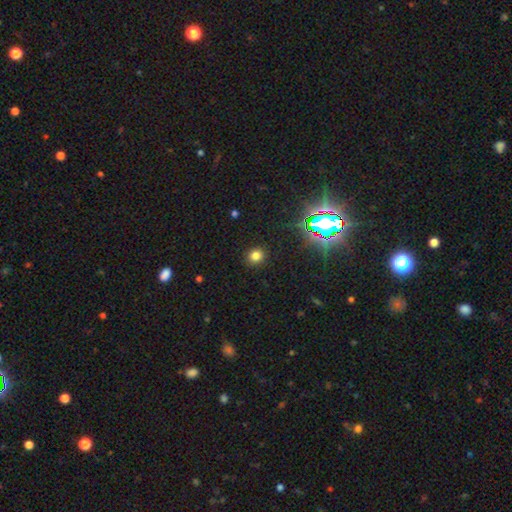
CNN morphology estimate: smooth 75%, star or artifact 19%, featured or disk 6%. Down the decision tree: how rounded — round (82%); merging — none (90%).